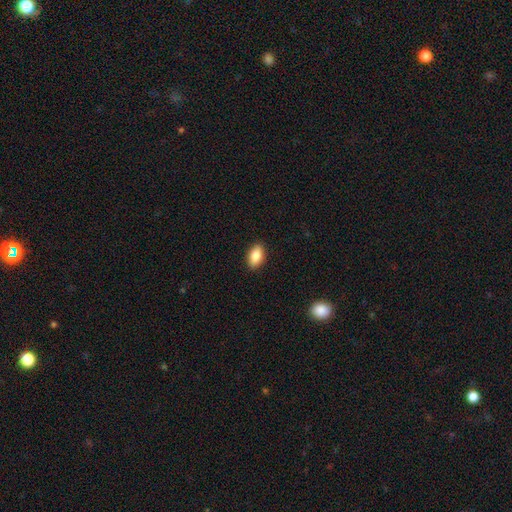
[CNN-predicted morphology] This is clearly a smooth galaxy (85%). How rounded: clearly in between (91%). Merging: clearly none (90%).